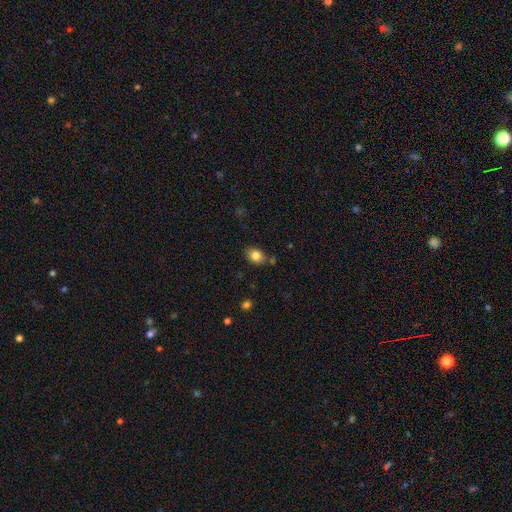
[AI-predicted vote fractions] The model was most divided on "how rounded": in between: 62%, round: 37%, cigar-shaped: 1%. More confident: smooth or featured — smooth (84%); merging — none (75%).